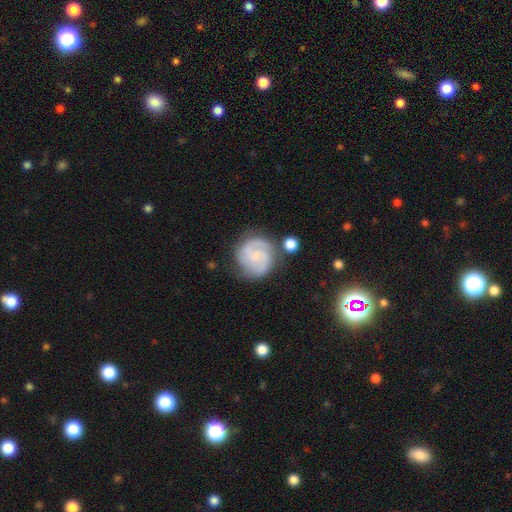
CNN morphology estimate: type=featured or disk (76%); edge-on=no (98%); bar=no (57%); spiral arms=yes (96%); winding=tight (48%); arm count=2 (58%); bulge=small (48%); merging=none (72%).